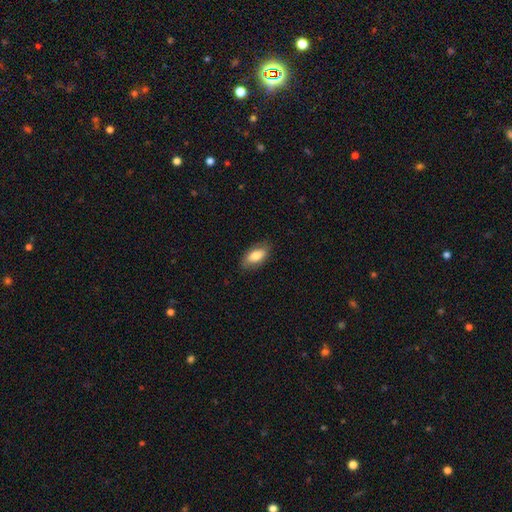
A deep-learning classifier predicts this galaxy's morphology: Overall: smooth (77%). How rounded: in between (90%). Merging: none (82%).